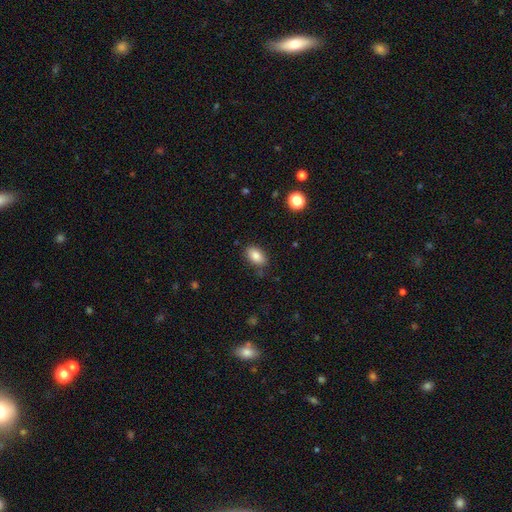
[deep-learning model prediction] Morphology: type=smooth (85%); roundness=in between (90%); merging=none (82%).